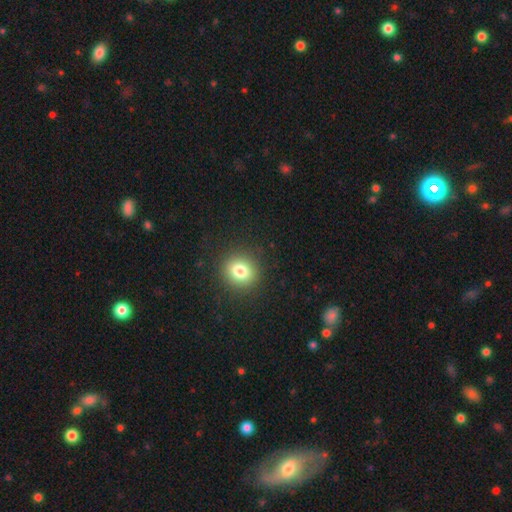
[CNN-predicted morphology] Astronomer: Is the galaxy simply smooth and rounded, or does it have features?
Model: smooth — 77%.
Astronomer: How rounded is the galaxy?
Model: round — 87%.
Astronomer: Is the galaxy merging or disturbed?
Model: none — 93%.